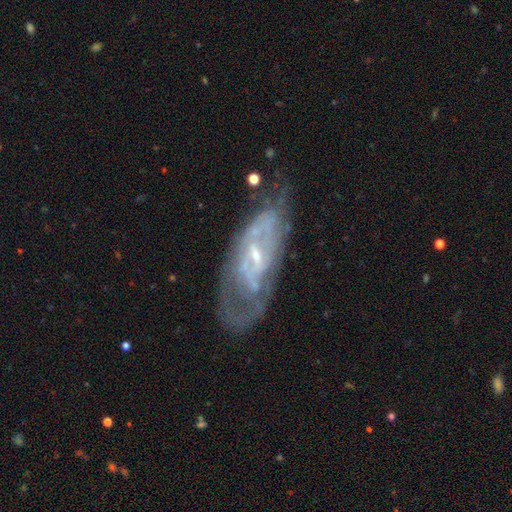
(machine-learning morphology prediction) smooth_or_featured: featured or disk (p=0.81) [alt: smooth p=0.12]
disk_edge_on: no (p=0.88) [alt: yes p=0.12]
bar: weak (p=0.48) [alt: no p=0.31]
has_spiral_arms: yes (p=0.78) [alt: no p=0.22]
spiral_winding: tight (p=0.48) [alt: medium p=0.38]
spiral_arm_count: can't tell (p=0.46) [alt: 2 p=0.35]
bulge_size: small (p=0.69) [alt: moderate p=0.25]
merging: none (p=0.58) [alt: minor disturbance p=0.22]